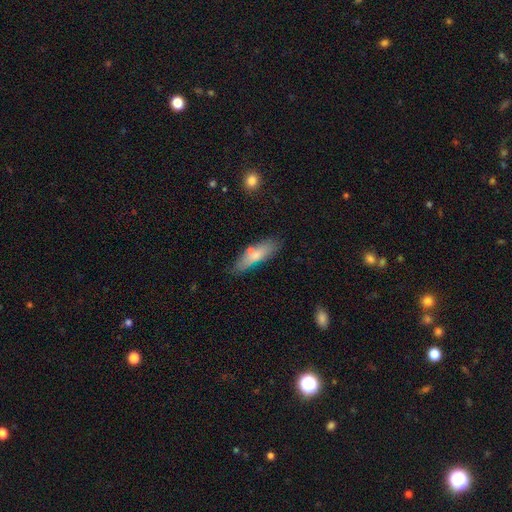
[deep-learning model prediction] Smooth or featured? smooth (72%)
How rounded? cigar-shaped (55%)
Merging? none (71%)